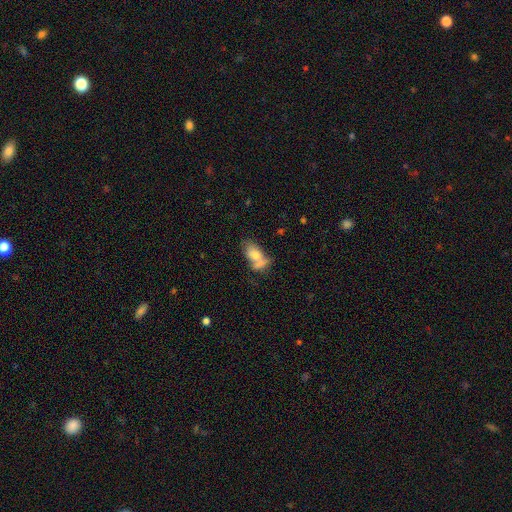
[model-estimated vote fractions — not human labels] Smooth or featured? Predicted: smooth (p=0.69). How rounded? Predicted: in between (p=0.85). Merging? Predicted: merger (p=0.50).